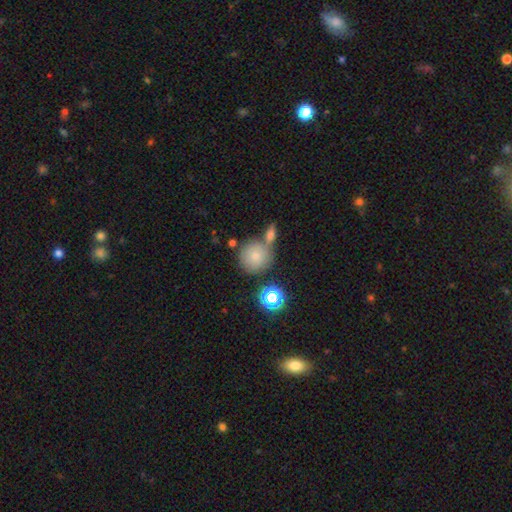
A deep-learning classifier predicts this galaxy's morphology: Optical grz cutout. It shows a smooth galaxy with no disk features (74%) that is round (92%). Merging: none (62%).